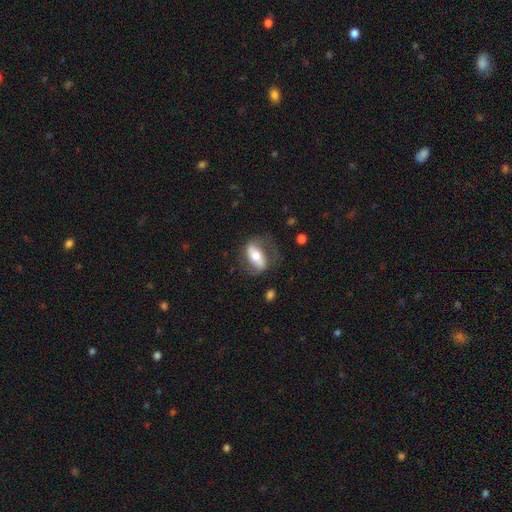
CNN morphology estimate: Smooth or featured?
  - featured or disk: 61% *
  - smooth: 33%
  - star or artifact: 6%
Edge-on disk?
  - no: 84% *
  - yes: 16%
Bar?
  - strong: 55% *
  - no: 24%
  - weak: 22%
Spiral arms?
  - yes: 71% *
  - no: 29%
Bulge size?
  - moderate: 64% *
  - small: 16%
  - large: 16%
  - dominant: 2%
  - none: 1%
Merging?
  - none: 63% *
  - minor disturbance: 20%
  - major disturbance: 15%
  - merger: 2%